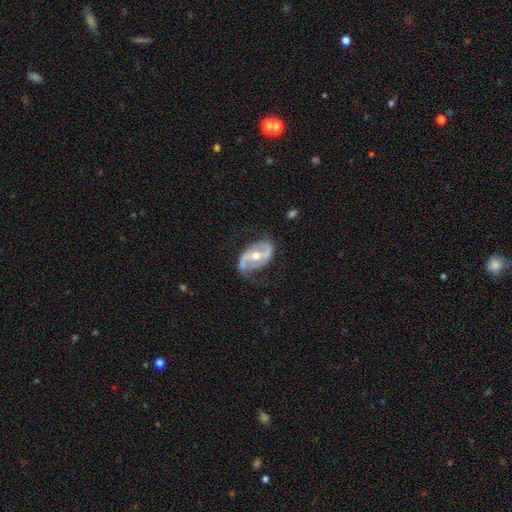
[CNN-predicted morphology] The model was most divided on "bar": no: 38%, weak: 33%, strong: 29%. More confident: edge-on disk — no (95%); spiral arm count — 2 (90%); spiral arms — yes (89%); smooth or featured — featured or disk (85%); bulge size — moderate (74%); merging — none (70%); spiral winding — loose (51%).